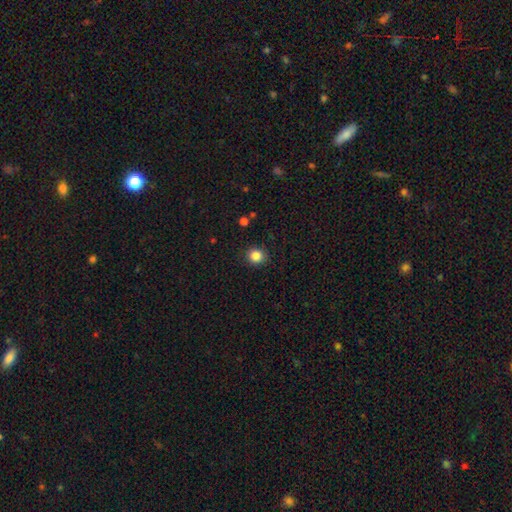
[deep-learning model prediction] This appears to be a smooth galaxy with no disk features (85%) that is round (85%). Merging: none (89%).